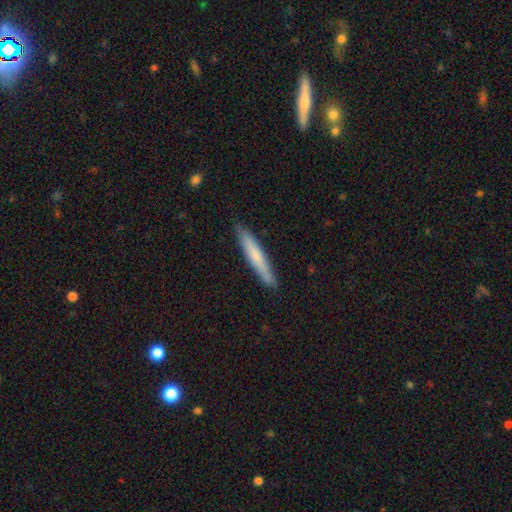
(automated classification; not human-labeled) smooth_or_featured: smooth (p=0.69) [alt: featured or disk p=0.26]
how_rounded: cigar-shaped (p=0.94) [alt: in between p=0.05]
merging: none (p=0.89) [alt: minor disturbance p=0.09]